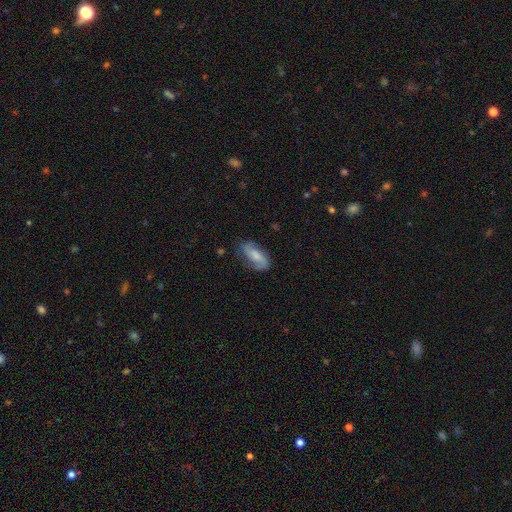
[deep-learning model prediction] smooth_or_featured: smooth (p=0.49) [alt: featured or disk p=0.44]
merging: none (p=0.67) [alt: minor disturbance p=0.23]